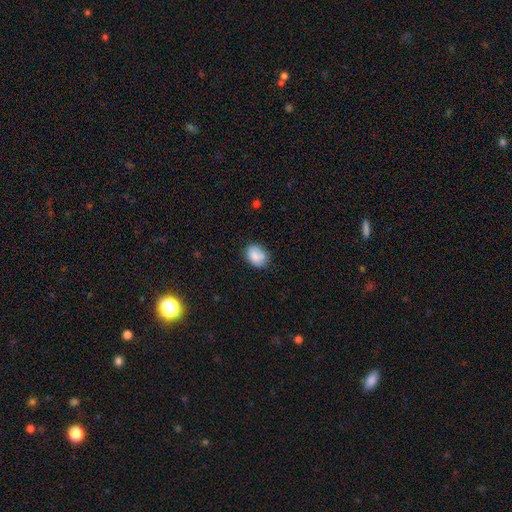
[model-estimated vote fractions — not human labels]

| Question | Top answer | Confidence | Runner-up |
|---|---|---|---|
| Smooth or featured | smooth | 81% | featured or disk (11%) |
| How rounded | in between | 66% | round (33%) |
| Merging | none | 66% | minor disturbance (21%) |